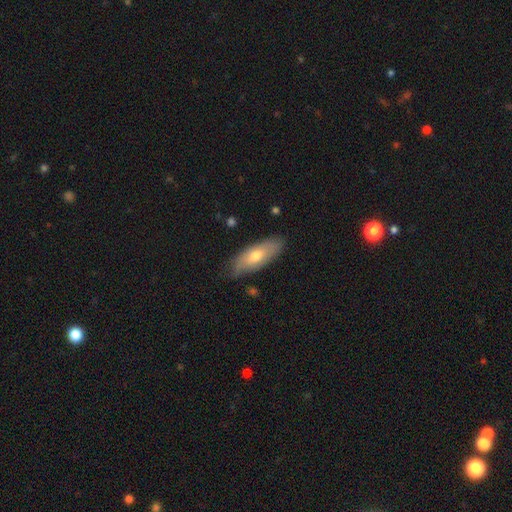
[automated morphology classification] This appears to be a smooth galaxy with no disk features (62%) that is in between round and cigar-shaped (72%). Merging: none (74%).